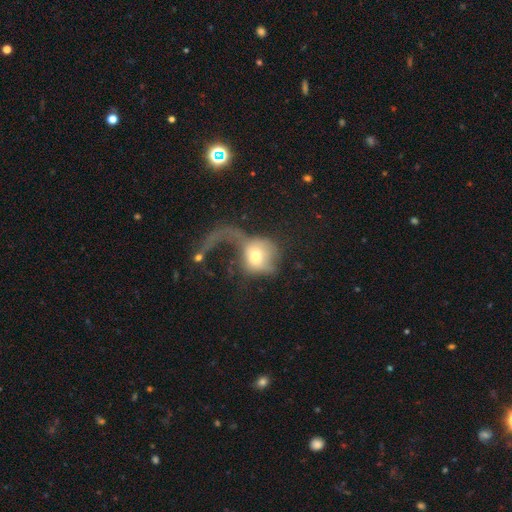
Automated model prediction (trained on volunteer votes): smooth_or_featured: smooth (p=0.53) [alt: featured or disk p=0.38]
how_rounded: round (p=0.73) [alt: in between p=0.25]
merging: major disturbance (p=0.71) [alt: none p=0.13]